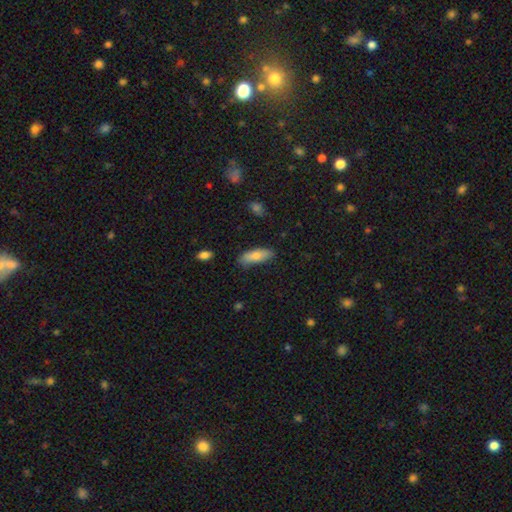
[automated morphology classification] Smooth or featured? smooth (77%)
How rounded? in between (61%)
Merging? none (81%)